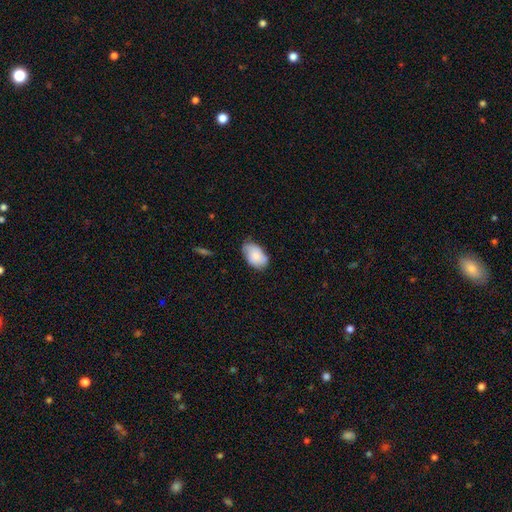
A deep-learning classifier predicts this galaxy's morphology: Smooth or featured: smooth — 79% (featured or disk — 14%)
How rounded: in between — 91% (round — 8%)
Merging: none — 64% (minor disturbance — 29%)